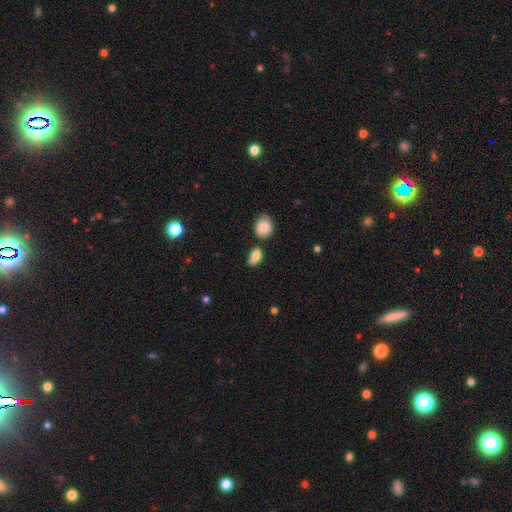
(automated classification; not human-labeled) Overall: smooth (82%). How rounded: in between (83%). Merging: none (55%; minor disturbance 23%).